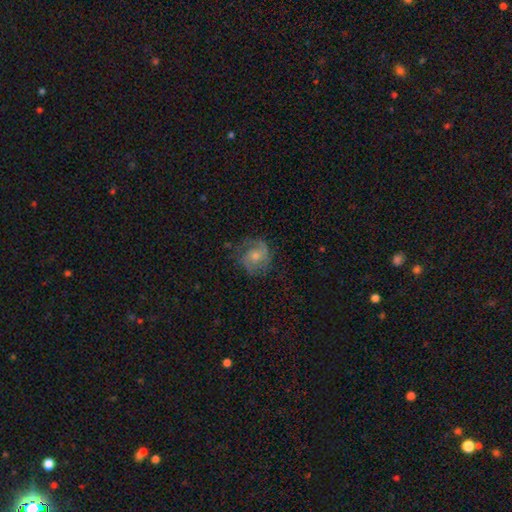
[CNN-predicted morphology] type=featured or disk (70%); edge-on=no (97%); bar=no (67%); spiral arms=yes (91%); winding=tight (42%, tied with medium); arm count=2 (60%); bulge=moderate (51%); merging=none (72%).